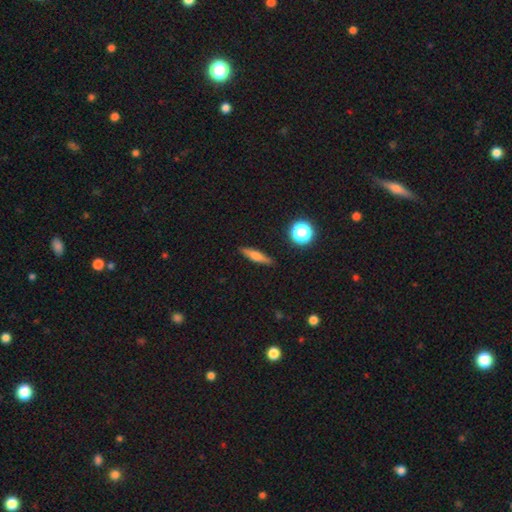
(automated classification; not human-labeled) A smooth galaxy with no disk features (56%) that is cigar-shaped (77%).

Vote fractions:
- Smooth or featured? smooth: 56% / featured or disk: 35% / star or artifact: 9%
- How rounded? cigar-shaped: 77% / in between: 18% / round: 5%
- Merging? none: 88% / minor disturbance: 9% / major disturbance: 2% / merger: 1%